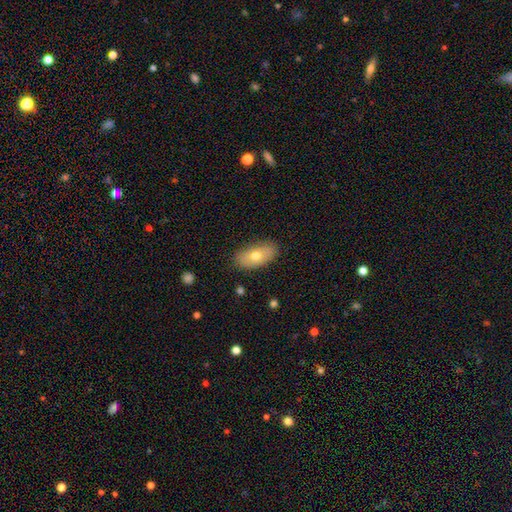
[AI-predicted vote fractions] This is likely a smooth galaxy (69%). How rounded: clearly in between (90%). Merging: clearly none (84%).